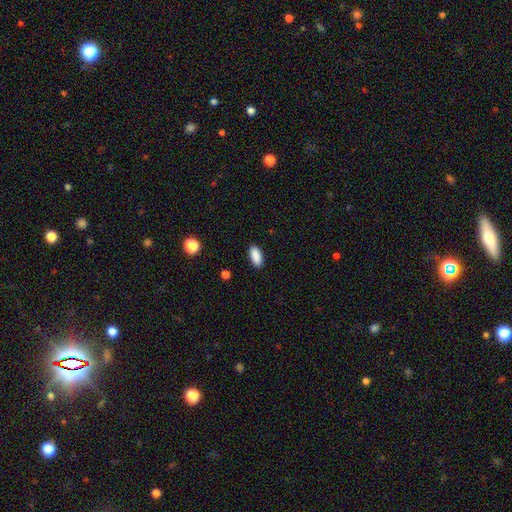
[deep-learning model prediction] A smooth galaxy with no disk features (89%) that is in between round and cigar-shaped (86%). Merging: none (88%).